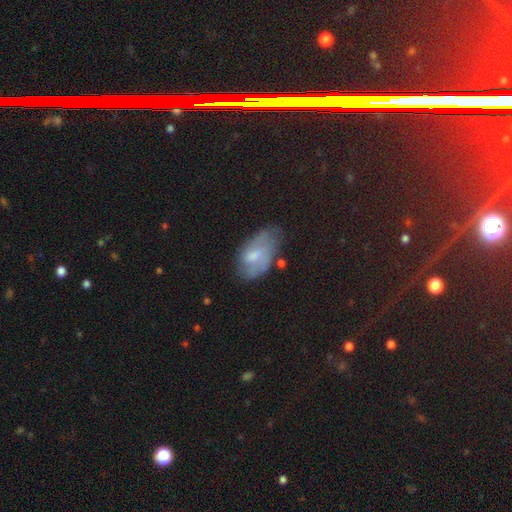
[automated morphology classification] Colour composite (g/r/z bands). It shows a smooth galaxy with no disk features (51%) that is in between round and cigar-shaped (92%). Merging: none (46%).